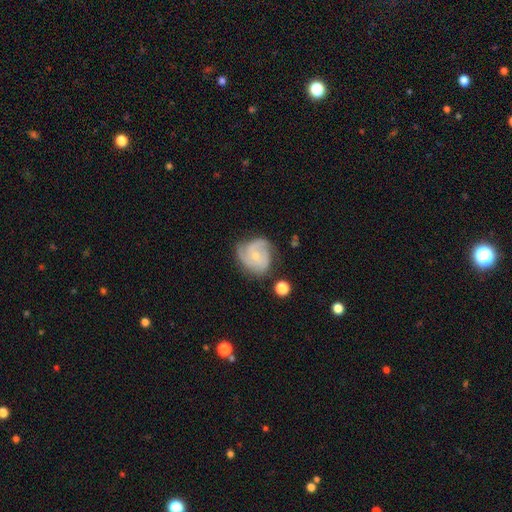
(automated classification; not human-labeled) Smooth or featured: featured or disk — 77% (smooth — 17%)
Edge-on disk: no — 98% (yes — 2%)
Bar: no — 73% (weak — 23%)
Spiral arms: yes — 94% (no — 6%)
Spiral winding: tight — 49% (medium — 39%)
Spiral arm count: 3 — 46% (2 — 24%)
Bulge size: small — 68% (moderate — 28%)
Merging: none — 60% (minor disturbance — 26%)